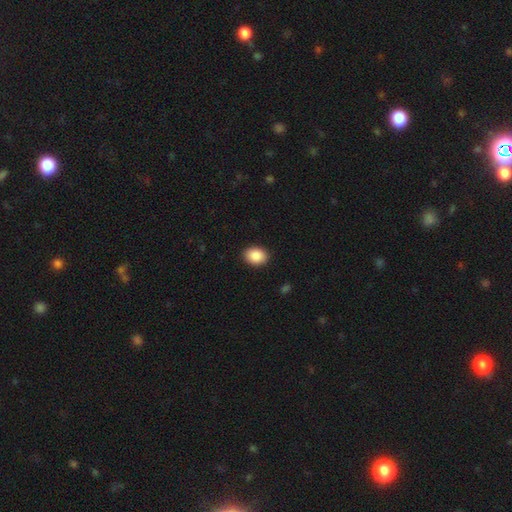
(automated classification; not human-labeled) smooth_or_featured: smooth (p=0.89) [alt: star or artifact p=0.07]
how_rounded: in between (p=0.71) [alt: round p=0.28]
merging: none (p=0.91) [alt: minor disturbance p=0.07]